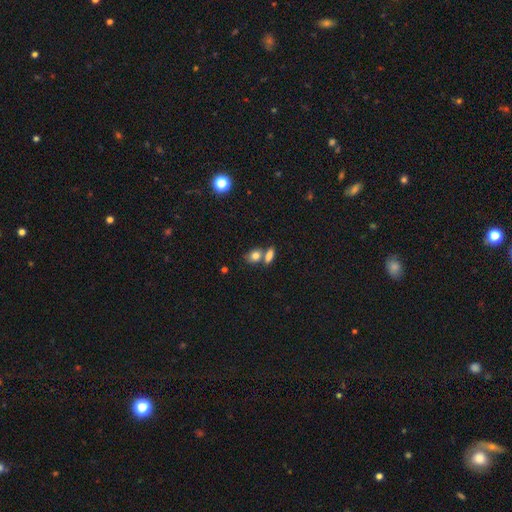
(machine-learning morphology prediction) Smooth or featured? smooth (80%)
How rounded? in between (59%)
Merging? none (47%)